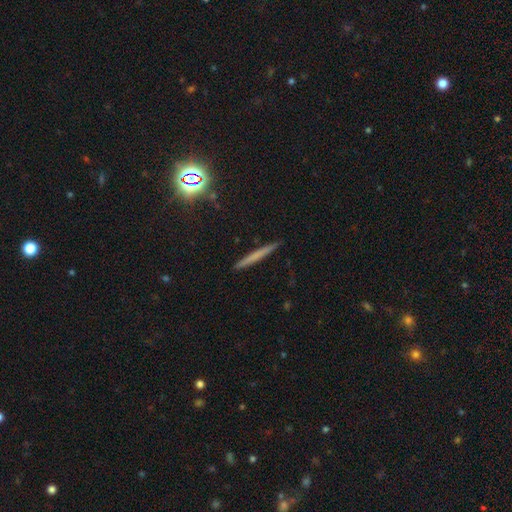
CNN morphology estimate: Smooth or featured? smooth (56%)
How rounded? cigar-shaped (96%)
Merging? none (92%)